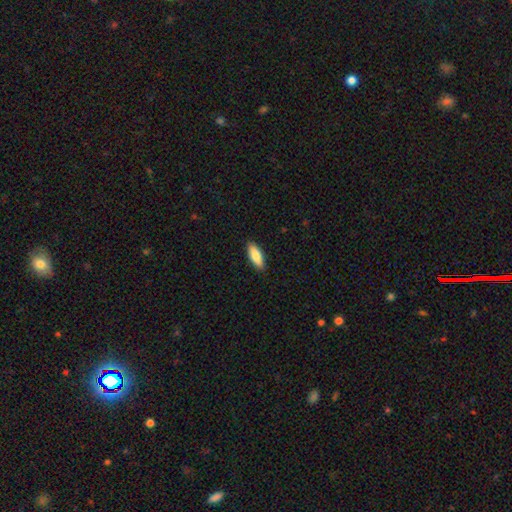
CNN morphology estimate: Smooth or featured? smooth (84%)
How rounded? in between (74%)
Merging? none (89%)